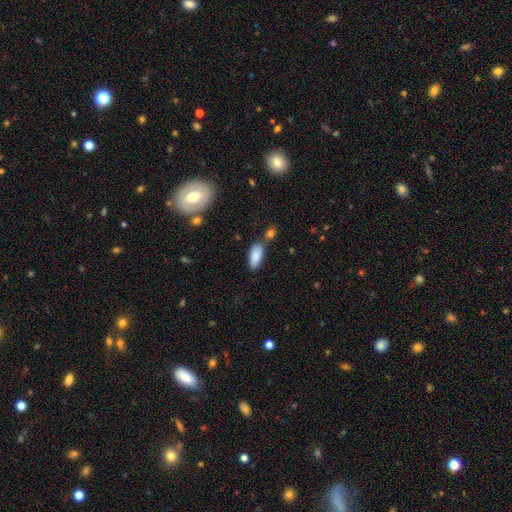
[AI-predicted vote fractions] Q: Smooth or featured?
A: smooth (86%); runner-up: featured or disk (7%)
Q: How rounded?
A: in between (84%); runner-up: cigar-shaped (13%)
Q: Merging?
A: none (71%); runner-up: minor disturbance (16%)